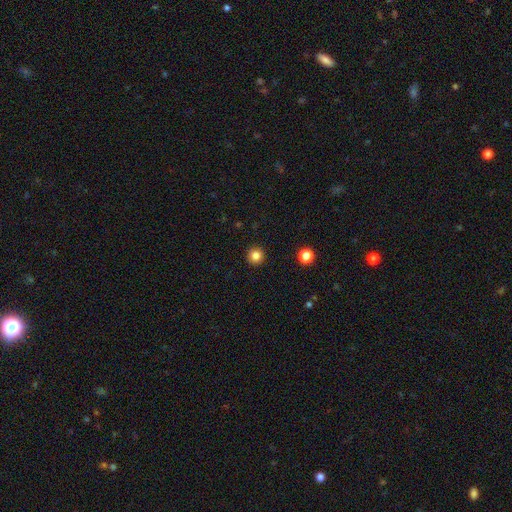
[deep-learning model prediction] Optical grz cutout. It shows a smooth galaxy with no disk features (83%) that is round (95%). Merging: none (93%).